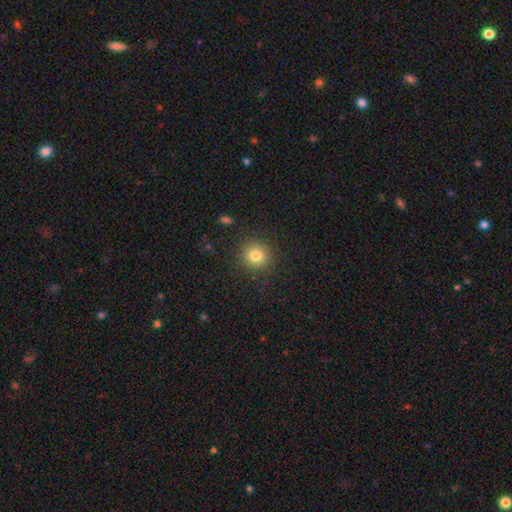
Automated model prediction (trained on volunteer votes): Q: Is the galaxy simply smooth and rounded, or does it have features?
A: smooth — 80%.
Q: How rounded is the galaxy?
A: round — 91%.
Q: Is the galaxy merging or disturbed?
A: none — 89%.